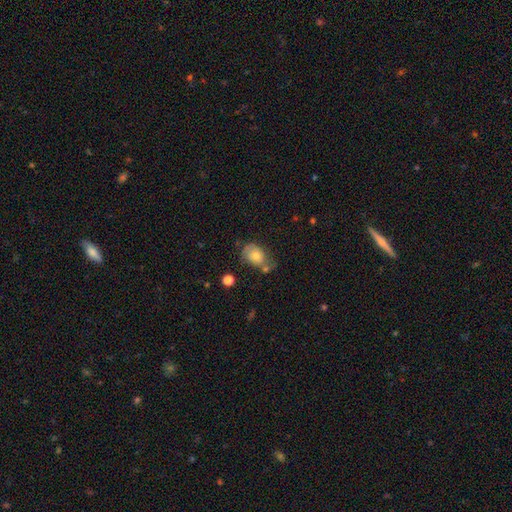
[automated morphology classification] Smooth or featured? Predicted: smooth (p=0.64). How rounded? Predicted: in between (p=0.75). Merging? Predicted: none (p=0.43).